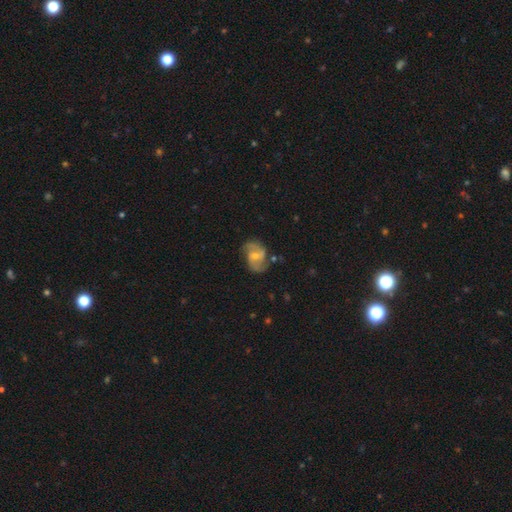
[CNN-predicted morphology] This is likely a featured or disk galaxy (75%). It is clearly not viewed edge-on (97%). Bar: possibly weak (47%). Spiral arm pattern: clearly yes (91%). Spiral arm count: clearly 2 (85%). Spiral winding: possibly medium (46%). Central bulge: possibly small (49%). Merging: likely none (65%).